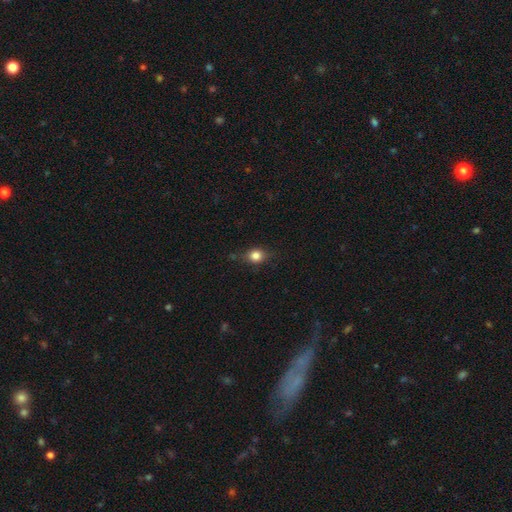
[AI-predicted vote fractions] Smooth or featured: smooth — 81% (star or artifact — 11%)
How rounded: round — 64% (in between — 34%)
Merging: none — 74% (minor disturbance — 19%)